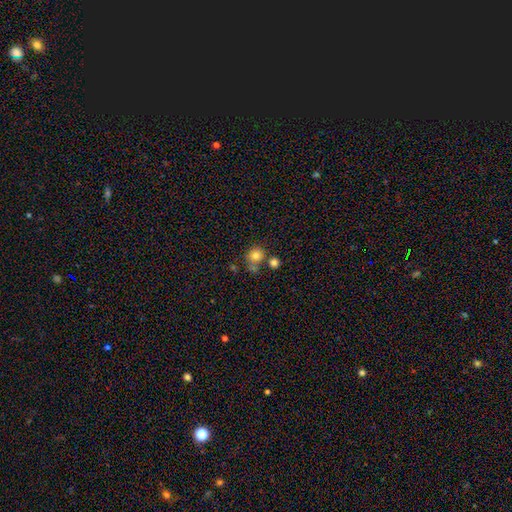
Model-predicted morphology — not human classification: This is likely a smooth galaxy (79%). How rounded: clearly round (83%). Merging: possibly none (59%).